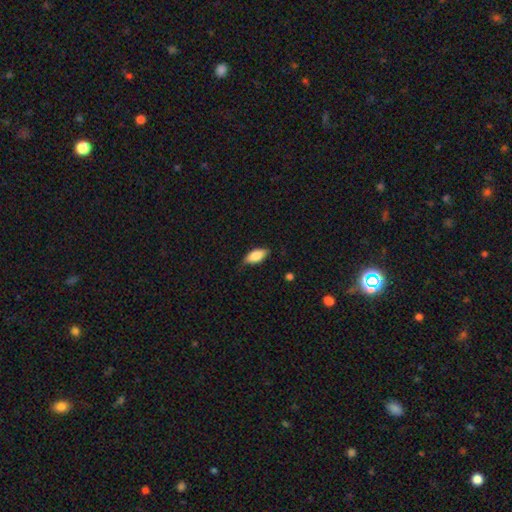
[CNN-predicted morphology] Smooth or featured? smooth (82%)
How rounded? in between (87%)
Merging? none (78%)